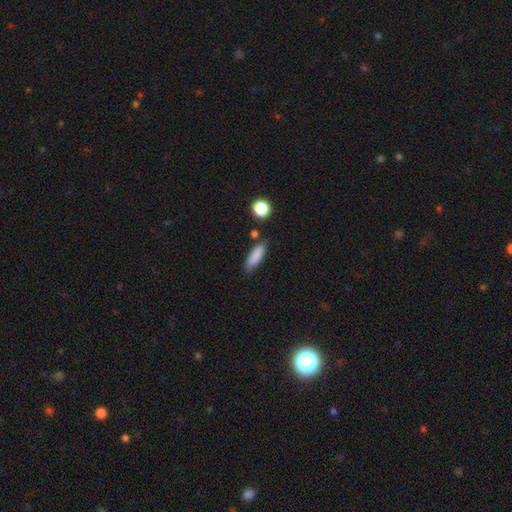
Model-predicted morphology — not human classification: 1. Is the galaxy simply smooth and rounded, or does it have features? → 85% smooth, 7% featured or disk, 7% star or artifact.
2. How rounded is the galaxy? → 55% cigar-shaped, 43% in between, 3% round.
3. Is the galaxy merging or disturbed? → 78% none, 14% minor disturbance, 5% merger, 3% major disturbance.